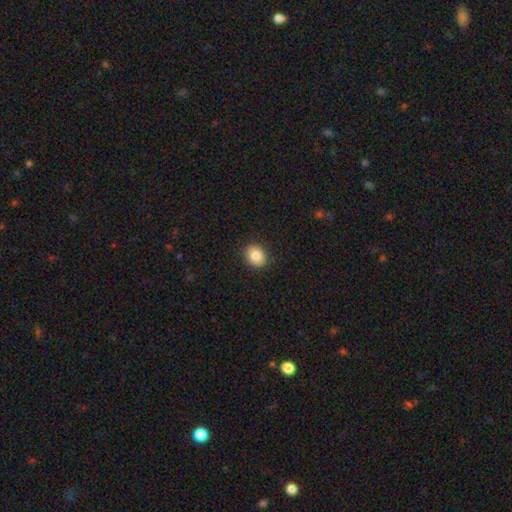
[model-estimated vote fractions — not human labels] Smooth or featured?
  - smooth: 83% *
  - star or artifact: 9%
  - featured or disk: 8%
How rounded?
  - round: 58% *
  - in between: 42%
  - cigar-shaped: 1%
Merging?
  - none: 89% *
  - minor disturbance: 8%
  - major disturbance: 2%
  - merger: 1%